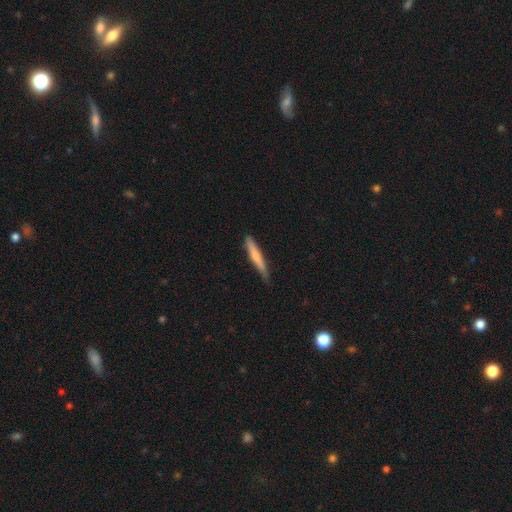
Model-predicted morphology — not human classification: smooth 65%, featured or disk 30%, star or artifact 5%. Down the decision tree: how rounded — cigar-shaped (94%); merging — none (80%).